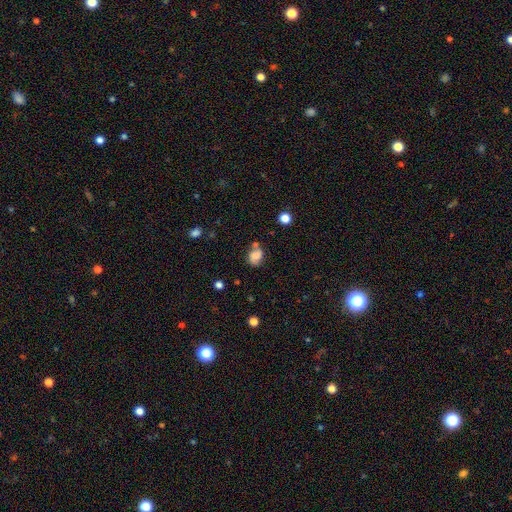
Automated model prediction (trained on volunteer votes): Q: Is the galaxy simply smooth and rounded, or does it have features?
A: smooth — 68%.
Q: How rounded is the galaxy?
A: in between — 51%.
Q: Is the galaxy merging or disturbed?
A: none — 54%.